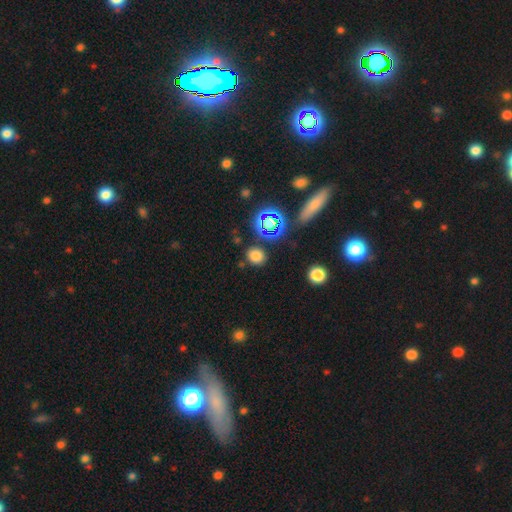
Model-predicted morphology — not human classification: smooth-or-featured: smooth: 73% | star or artifact: 21% | featured or disk: 6%
  how-rounded: round: 64% | in between: 34% | cigar-shaped: 1%
  merging: none: 83% | minor disturbance: 10% | merger: 4% | major disturbance: 3%